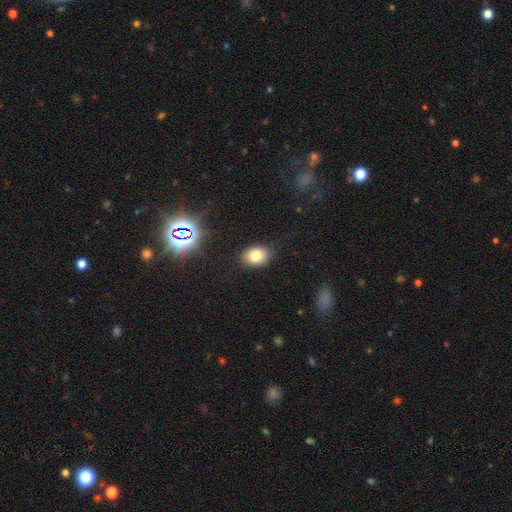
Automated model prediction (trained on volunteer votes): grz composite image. It shows a smooth galaxy with no disk features (78%) that is in between round and cigar-shaped (75%). Merging: none (83%).